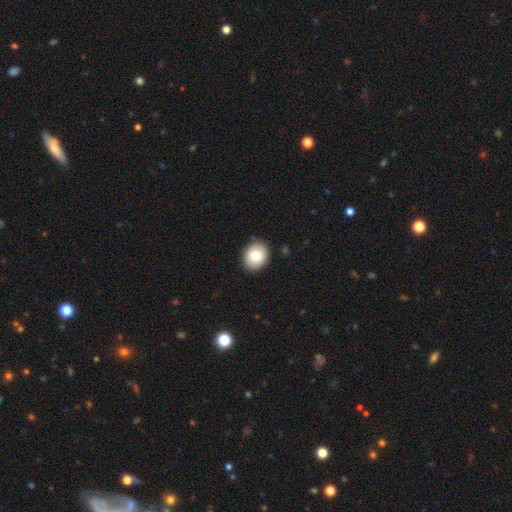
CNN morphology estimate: A smooth galaxy with no disk features (79%) that is round (51%).

Vote fractions:
- Smooth or featured? smooth: 79% / featured or disk: 13% / star or artifact: 8%
- How rounded? round: 51% / in between: 48% / cigar-shaped: 1%
- Merging? none: 88% / minor disturbance: 9% / major disturbance: 2% / merger: 1%